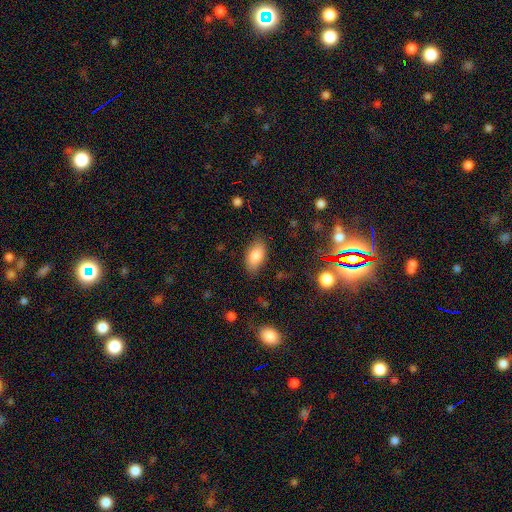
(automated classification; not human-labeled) This is clearly a smooth galaxy (83%). How rounded: clearly in between (93%). Merging: clearly none (83%).